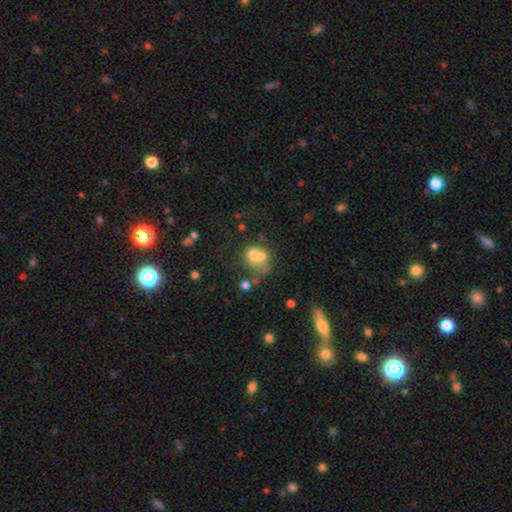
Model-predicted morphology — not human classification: The model was most divided on "how rounded": round: 54%, in between: 45%, cigar-shaped: 1%. More confident: smooth or featured — smooth (62%); merging — merger (53%).